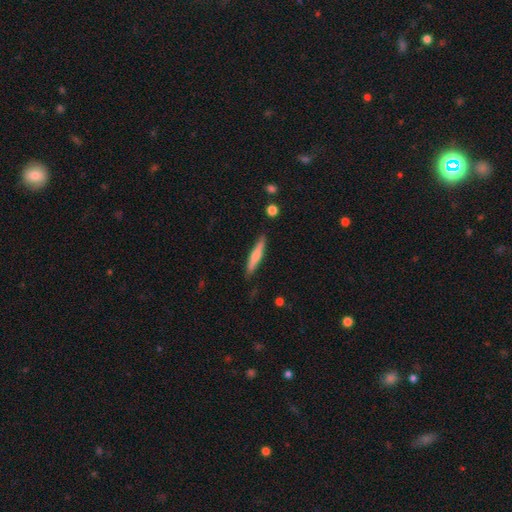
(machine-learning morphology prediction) Q: Smooth or featured?
A: smooth (64%); runner-up: featured or disk (31%)
Q: How rounded?
A: cigar-shaped (92%); runner-up: in between (6%)
Q: Merging?
A: none (85%); runner-up: minor disturbance (11%)